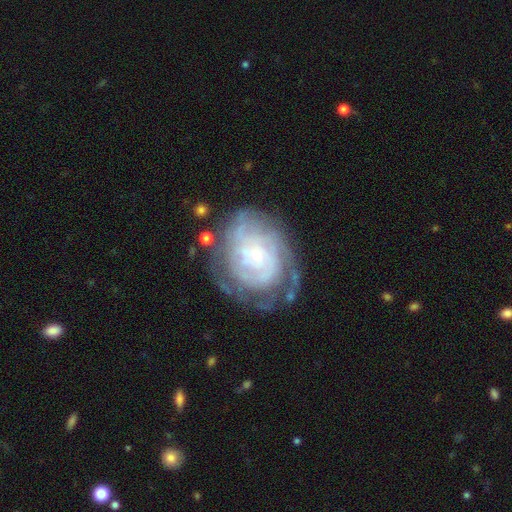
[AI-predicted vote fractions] Smooth or featured? Predicted: featured or disk (p=0.82). Edge-on disk? Predicted: no (p=0.97). Bar? Predicted: no (p=0.75). Spiral arms? Predicted: yes (p=0.91). Spiral winding? Predicted: tight (p=0.74). Spiral arm count? Predicted: can't tell (p=0.46). Bulge size? Predicted: small (p=0.81). Merging? Predicted: none (p=0.63).